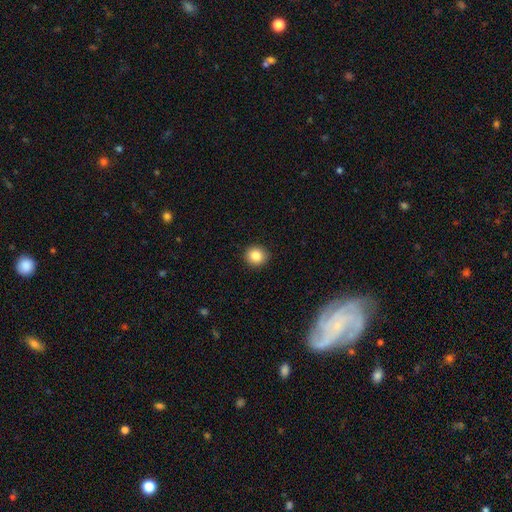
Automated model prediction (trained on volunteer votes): A smooth galaxy with no disk features (86%) that is round (88%).

Vote fractions:
- Smooth or featured? smooth: 86% / star or artifact: 9% / featured or disk: 5%
- How rounded? round: 88% / in between: 11% / cigar-shaped: 1%
- Merging? none: 91% / minor disturbance: 6% / major disturbance: 2% / merger: 1%